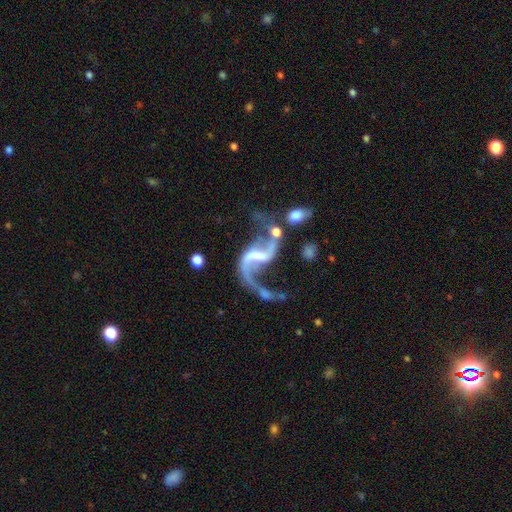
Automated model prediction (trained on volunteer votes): This appears to be a featured or disk galaxy (89%) with a weak bar (41%), 2 (90%) loose (88%) spiral arms (94%) and no central bulge (52%). Merging: none (41%).